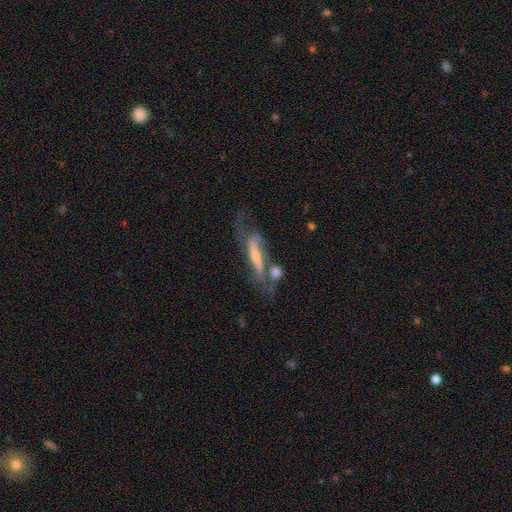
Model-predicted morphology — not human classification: Smooth or featured?
  - featured or disk: 71% *
  - smooth: 21%
  - star or artifact: 8%
Edge-on disk?
  - no: 66% *
  - yes: 34%
Merging?
  - none: 40% *
  - merger: 20%
  - major disturbance: 20%
  - minor disturbance: 19%